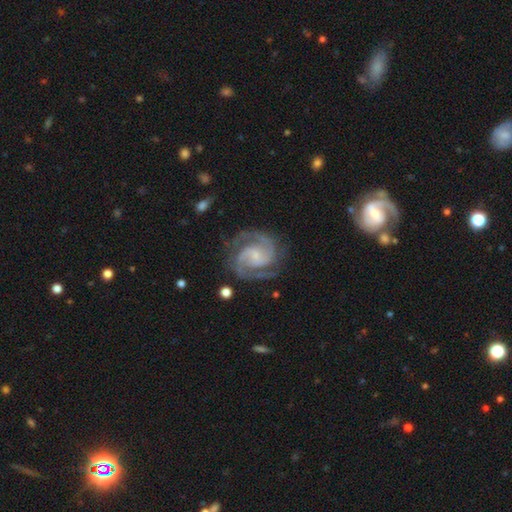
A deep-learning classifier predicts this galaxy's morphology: This appears to be a featured or disk galaxy (93%) with no bar (48%), 2 (85%) medium (49%) spiral arms (99%) and a small central bulge (67%). Merging: none (80%).